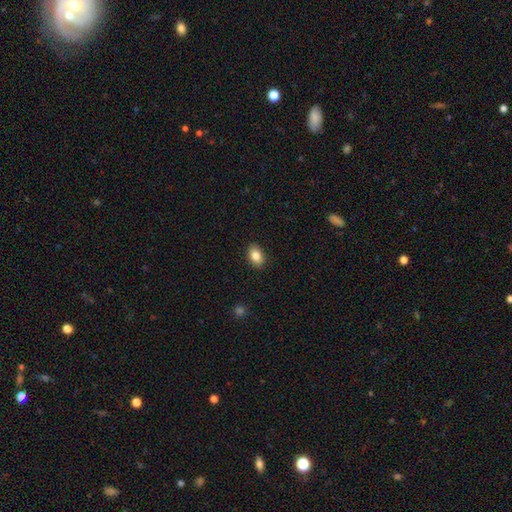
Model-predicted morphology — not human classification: Smooth or featured? Predicted: smooth (p=0.84). How rounded? Predicted: in between (p=0.86). Merging? Predicted: none (p=0.90).